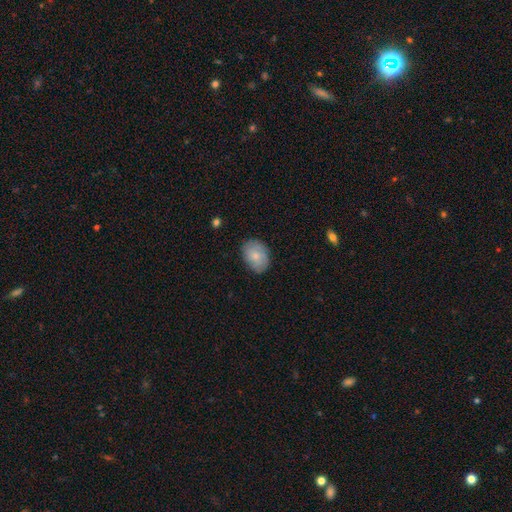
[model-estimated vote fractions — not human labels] Morphology: type=smooth (74%); roundness=in between (73%); merging=none (79%).